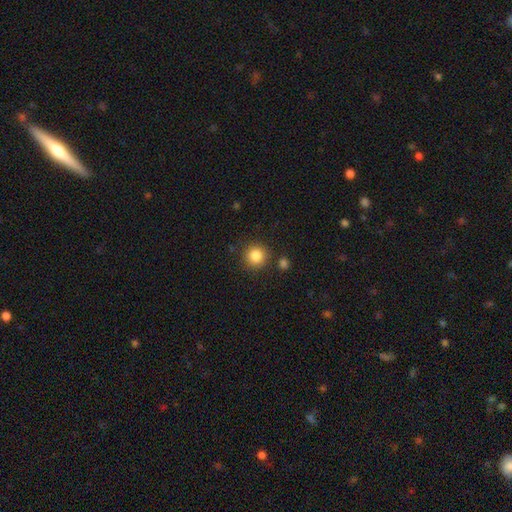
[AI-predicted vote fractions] smooth-or-featured: smooth: 85% | star or artifact: 10% | featured or disk: 5%
  how-rounded: round: 93% | in between: 6% | cigar-shaped: 1%
  merging: none: 86% | minor disturbance: 7% | merger: 4% | major disturbance: 3%